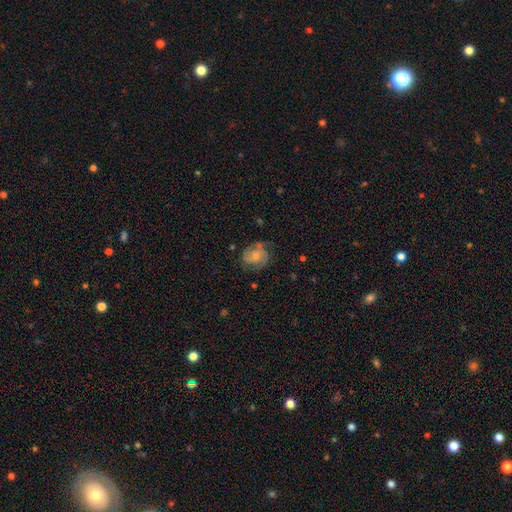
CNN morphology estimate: Smooth or featured: featured or disk — 47% (smooth — 44%)
Merging: none — 62% (minor disturbance — 26%)